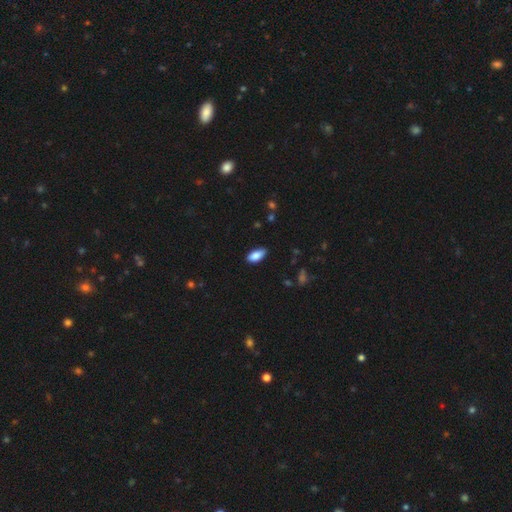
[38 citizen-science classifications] smooth-or-featured: smooth: 82% | featured or disk: 11% | star or artifact: 8%
  how-rounded: in between: 100% | round: 0% | cigar-shaped: 0%
  merging: none: 57% | minor disturbance: 40% | major disturbance: 3% | merger: 0%